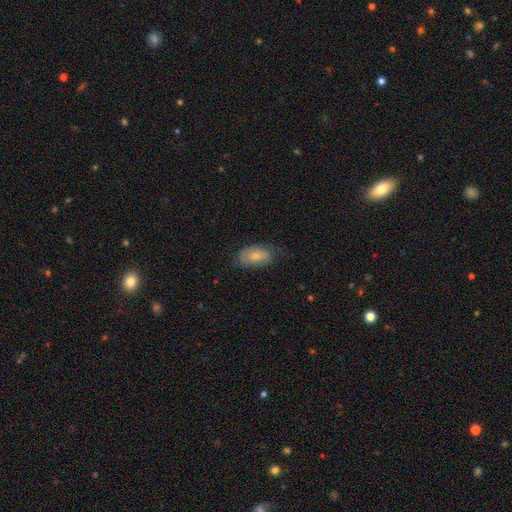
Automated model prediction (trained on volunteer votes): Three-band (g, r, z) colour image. It shows a smooth galaxy with no disk features (62%) that is in between round and cigar-shaped (92%). Merging: none (59%).